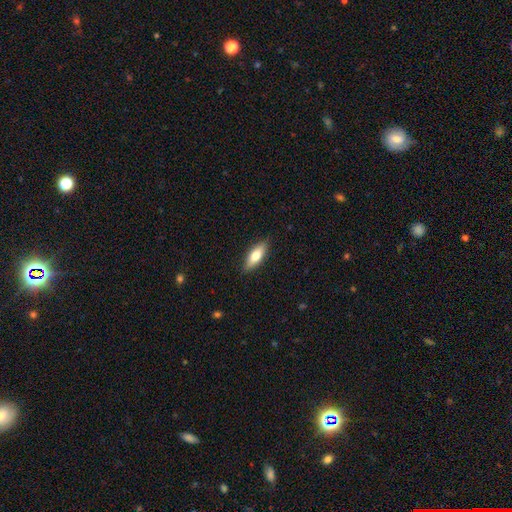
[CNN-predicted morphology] A smooth galaxy with no disk features (67%) that is in between round and cigar-shaped (64%). Merging: none (87%).